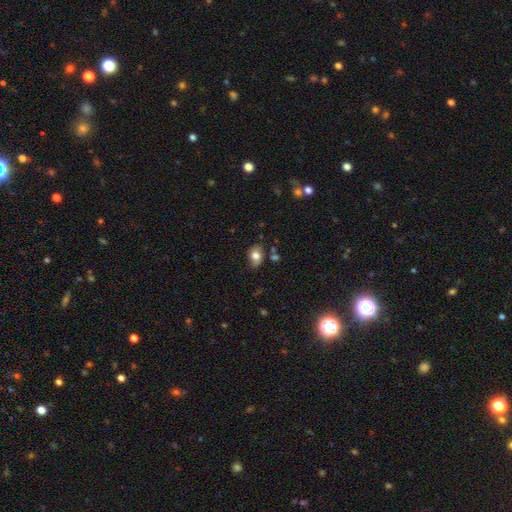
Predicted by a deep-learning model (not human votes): The model was most divided on "how rounded": in between: 66%, round: 33%, cigar-shaped: 1%. More confident: smooth or featured — smooth (75%); merging — none (65%).